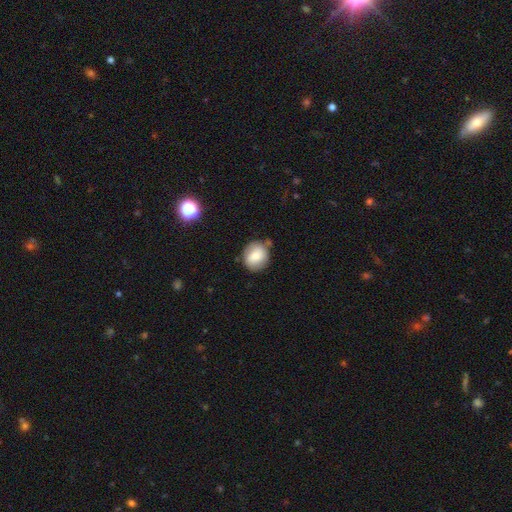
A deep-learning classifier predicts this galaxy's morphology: A smooth galaxy with no disk features (72%) that is round (76%).

Vote fractions:
- Smooth or featured? smooth: 72% / featured or disk: 20% / star or artifact: 8%
- How rounded? round: 76% / in between: 22% / cigar-shaped: 1%
- Merging? none: 75% / minor disturbance: 16% / merger: 5% / major disturbance: 4%